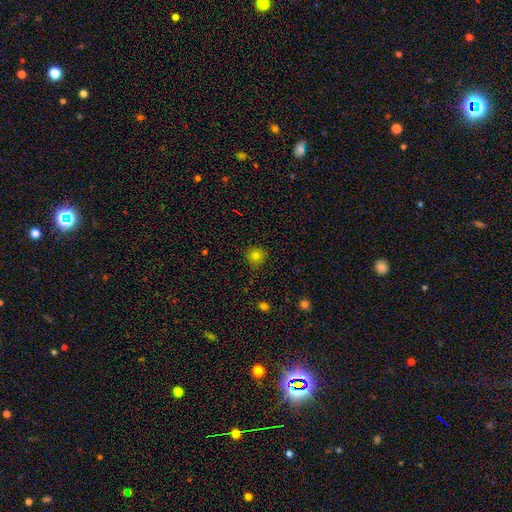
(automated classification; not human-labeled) Smooth or featured? smooth (79%)
How rounded? round (90%)
Merging? none (83%)